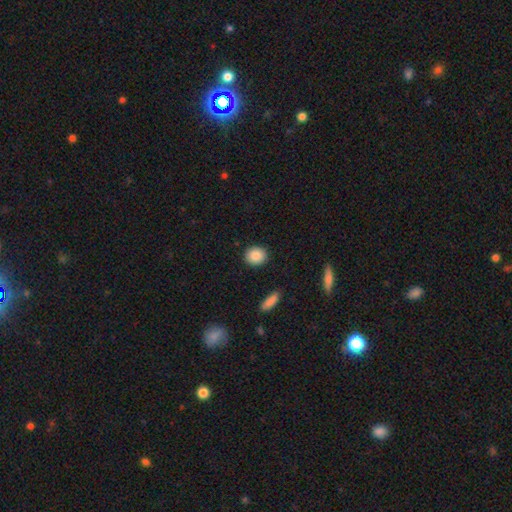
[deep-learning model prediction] A smooth galaxy with no disk features (88%) that is round (72%).

Vote fractions:
- Smooth or featured? smooth: 88% / star or artifact: 8% / featured or disk: 5%
- How rounded? round: 72% / in between: 26% / cigar-shaped: 1%
- Merging? none: 90% / minor disturbance: 7% / major disturbance: 2% / merger: 1%